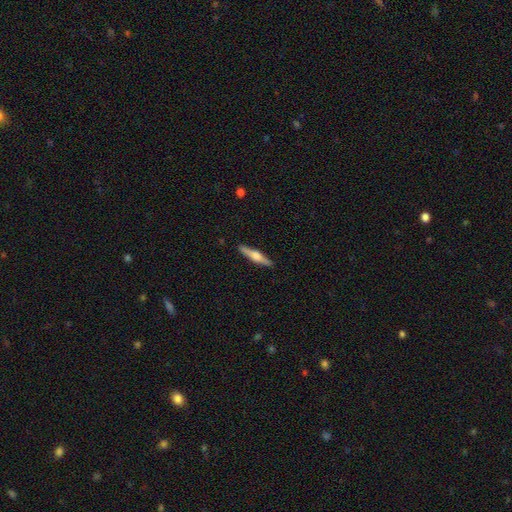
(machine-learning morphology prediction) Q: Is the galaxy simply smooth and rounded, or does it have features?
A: featured or disk — 60%.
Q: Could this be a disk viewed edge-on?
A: yes — 97%.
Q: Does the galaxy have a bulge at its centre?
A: rounded — 89%.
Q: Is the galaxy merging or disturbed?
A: none — 90%.